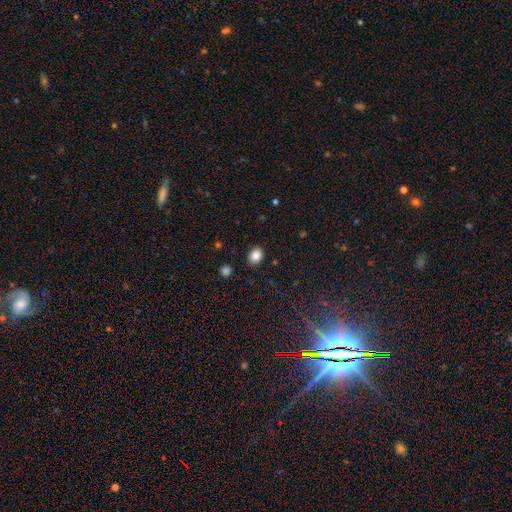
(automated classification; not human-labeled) smooth-or-featured: smooth: 86% | star or artifact: 10% | featured or disk: 4%
  how-rounded: in between: 62% | round: 37% | cigar-shaped: 1%
  merging: none: 87% | minor disturbance: 9% | major disturbance: 2% | merger: 2%